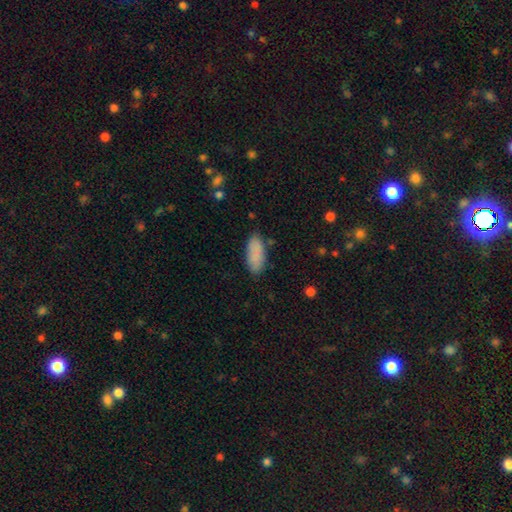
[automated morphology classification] Overall: smooth (87%). How rounded: in between (82%). Merging: none (78%).